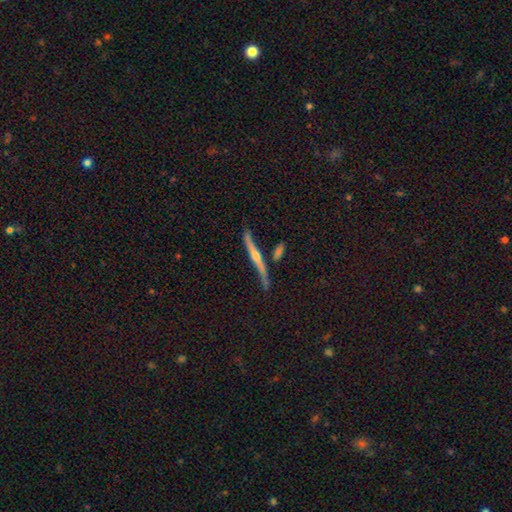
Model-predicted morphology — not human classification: featured or disk 78%, smooth 14%, star or artifact 8%. Down the decision tree: edge-on disk — yes (93%); edge-on bulge — rounded (87%); merging — none (71%).